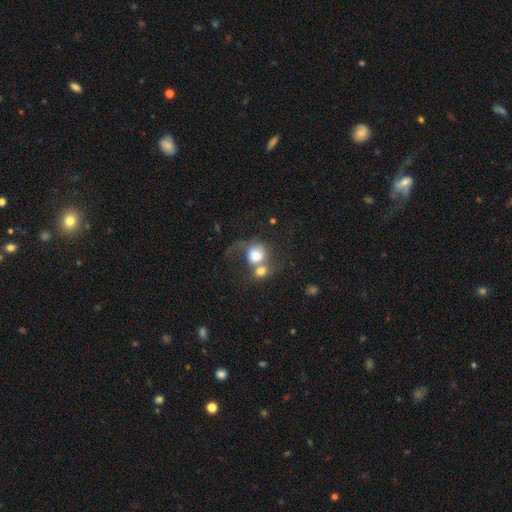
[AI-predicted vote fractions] This is likely a smooth galaxy (65%). How rounded: likely round (67%). Merging: likely merger (66%).